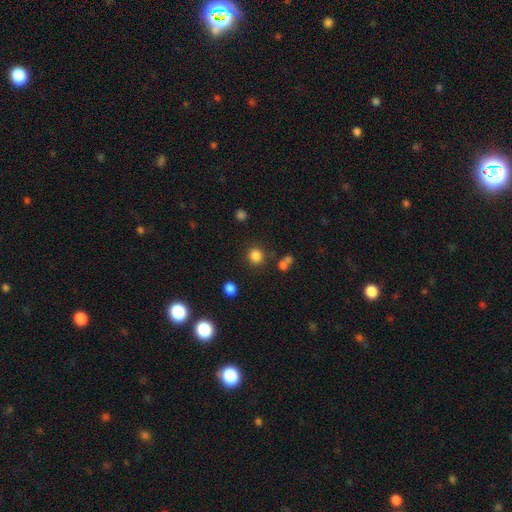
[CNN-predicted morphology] Smooth or featured? smooth (82%)
How rounded? round (86%)
Merging? none (82%)